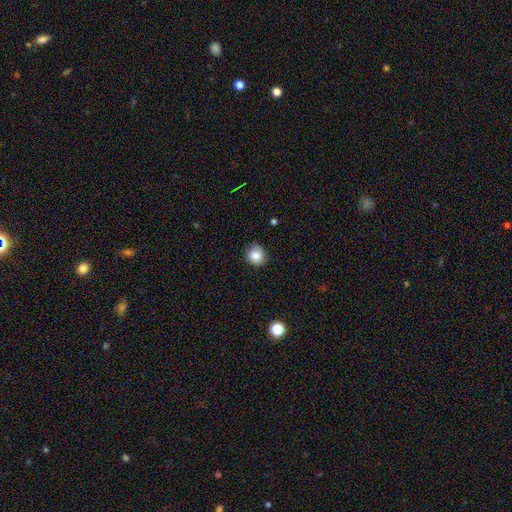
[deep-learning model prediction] The model was most divided on "merging": none: 81%, minor disturbance: 15%, major disturbance: 3%, merger: 1%. More confident: smooth or featured — smooth (84%); how rounded — round (83%).